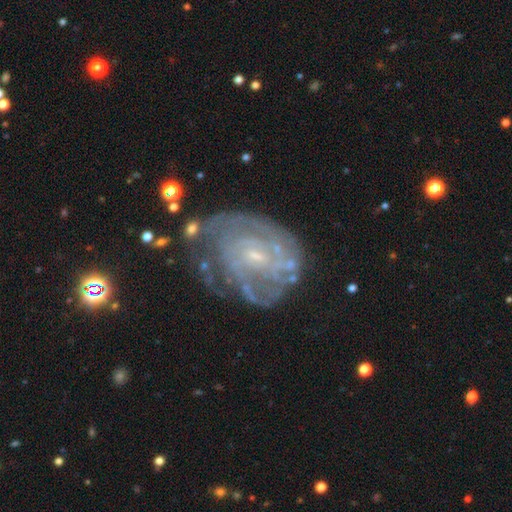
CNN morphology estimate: The model was most divided on "bar": no: 59%, weak: 33%, strong: 7%. Remaining: edge-on disk — no (97%); spiral arms — yes (87%); smooth or featured — featured or disk (82%); bulge size — small (77%); spiral winding — tight (66%); merging — none (58%); spiral arm count — can't tell (46%).